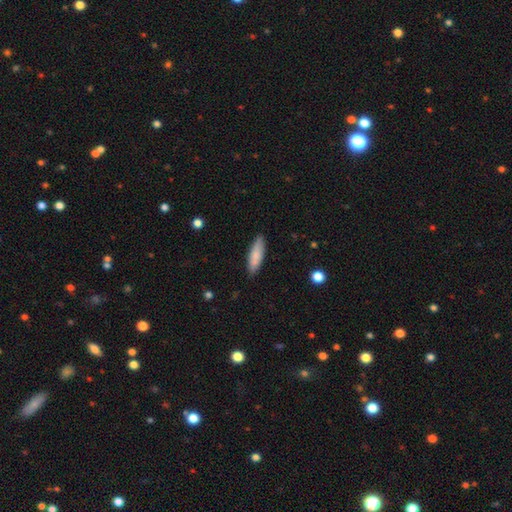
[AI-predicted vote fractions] Smooth or featured: smooth — 83% (featured or disk — 12%)
How rounded: cigar-shaped — 52% (in between — 47%)
Merging: none — 86% (minor disturbance — 11%)